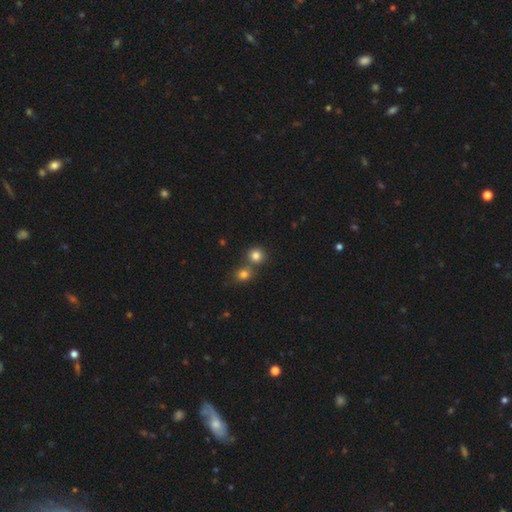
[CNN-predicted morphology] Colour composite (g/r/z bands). It shows a smooth galaxy with no disk features (81%) that is round (89%). Merging: none (62%).